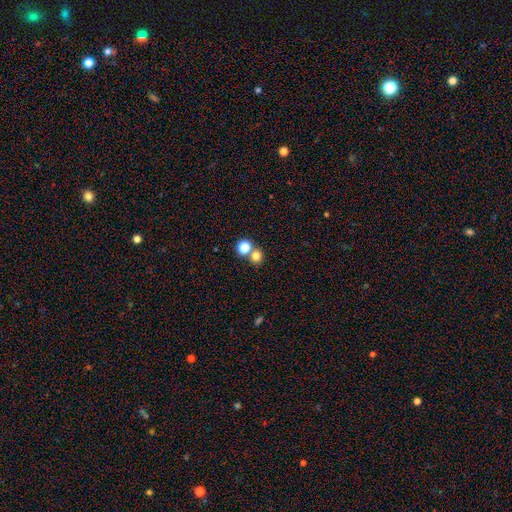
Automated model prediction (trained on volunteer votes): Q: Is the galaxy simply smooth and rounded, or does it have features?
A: smooth — 77%.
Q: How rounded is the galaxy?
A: round — 86%.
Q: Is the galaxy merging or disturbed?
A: none — 59%.